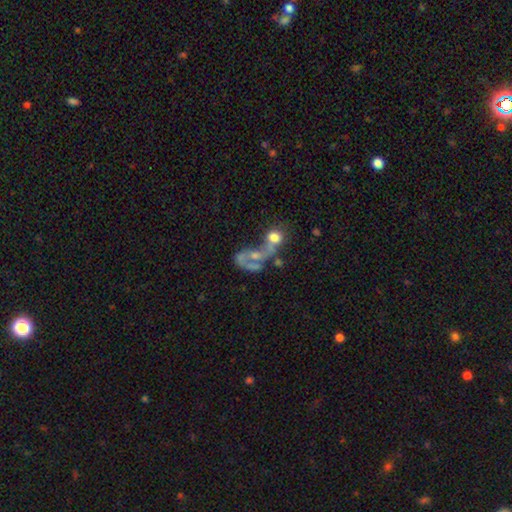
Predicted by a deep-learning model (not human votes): A featured or disk galaxy (52%).

Vote fractions:
- Smooth or featured? featured or disk: 52% / smooth: 32% / star or artifact: 16%
- Edge-on disk? no: 96% / yes: 4%
- Merging? merger: 50% / major disturbance: 24% / none: 18% / minor disturbance: 8%